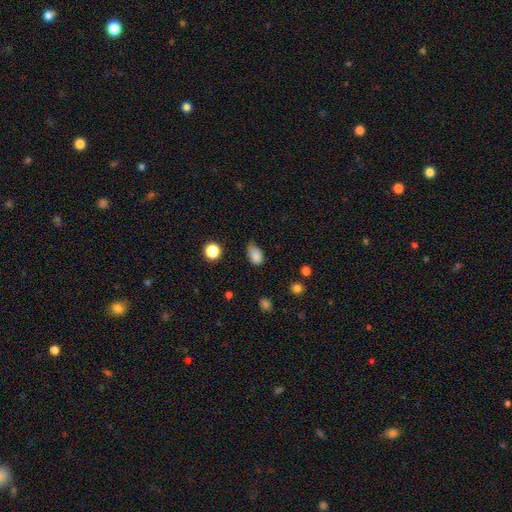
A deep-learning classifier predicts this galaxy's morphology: The model was most divided on "merging": minor disturbance: 43%, none: 42%, major disturbance: 13%, merger: 3%. More confident: smooth or featured — smooth (83%); how rounded — in between (83%).